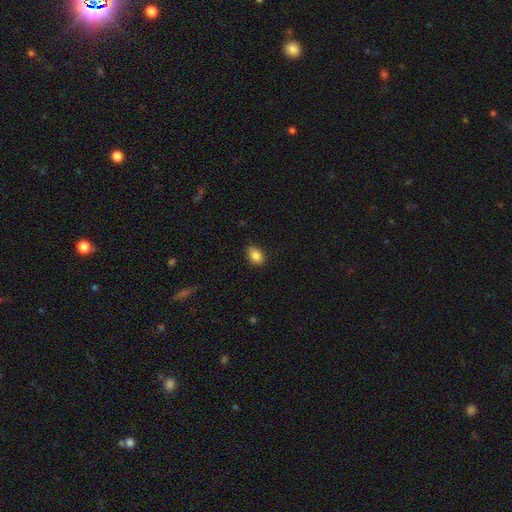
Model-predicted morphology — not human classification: A smooth galaxy with no disk features (86%) that is in between round and cigar-shaped (78%). Merging: none (82%).